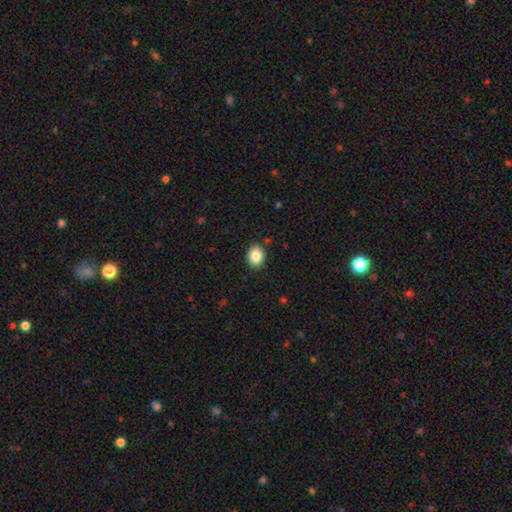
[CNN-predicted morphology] smooth_or_featured: smooth (p=0.85) [alt: star or artifact p=0.09]
how_rounded: in between (p=0.60) [alt: round p=0.39]
merging: none (p=0.90) [alt: minor disturbance p=0.07]